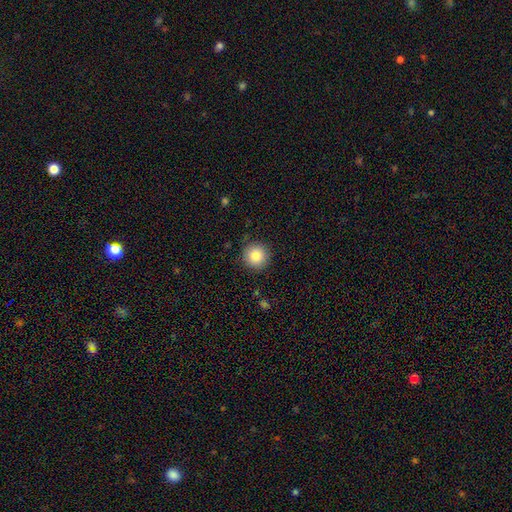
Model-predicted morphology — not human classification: smooth 84%, star or artifact 9%, featured or disk 7%. Down the decision tree: how rounded — round (95%); merging — none (89%).